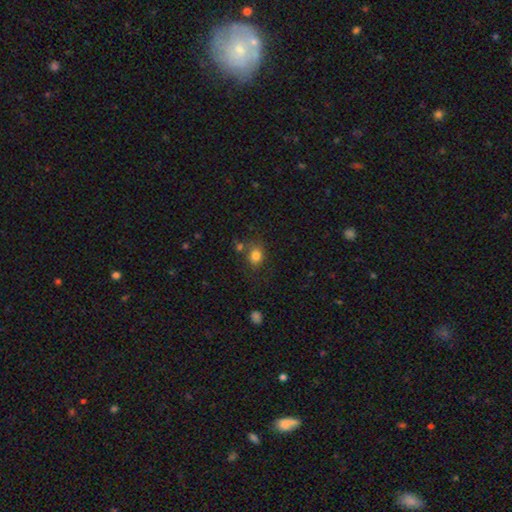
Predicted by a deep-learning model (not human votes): Morphology: type=smooth (82%); roundness=round (51%); merging=none (66%).